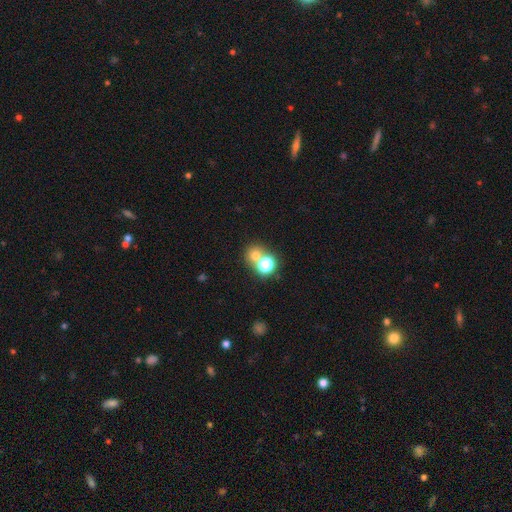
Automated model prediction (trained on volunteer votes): Smooth or featured?
  - smooth: 66% *
  - star or artifact: 23%
  - featured or disk: 10%
How rounded?
  - round: 83% *
  - in between: 16%
  - cigar-shaped: 1%
Merging?
  - none: 52% *
  - merger: 39%
  - minor disturbance: 6%
  - major disturbance: 3%